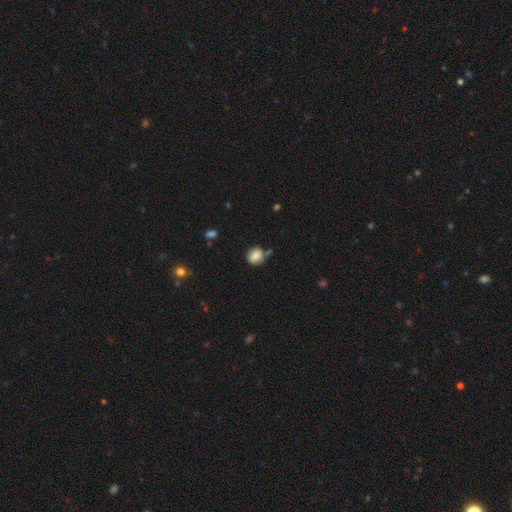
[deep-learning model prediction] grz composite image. It shows a smooth galaxy with no disk features (80%) that is round (65%). Merging: none (59%).